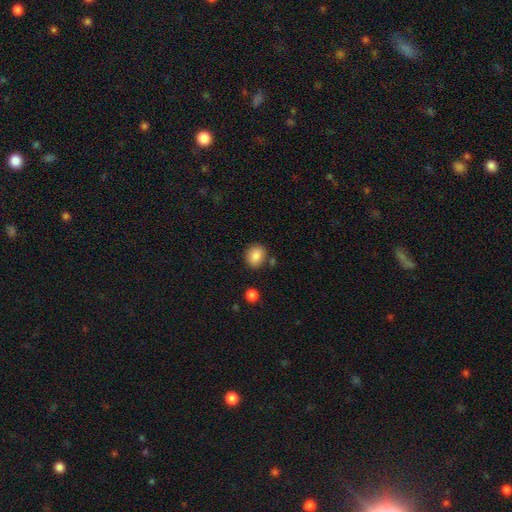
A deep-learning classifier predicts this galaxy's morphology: smooth 86%, star or artifact 9%, featured or disk 6%. Down the decision tree: how rounded — round (61%); merging — none (81%).